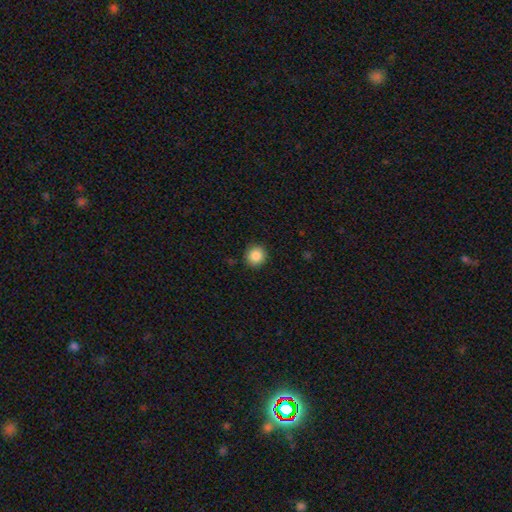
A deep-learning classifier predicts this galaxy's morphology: A smooth galaxy with no disk features (86%) that is round (92%).

Vote fractions:
- Smooth or featured? smooth: 86% / star or artifact: 9% / featured or disk: 5%
- How rounded? round: 92% / in between: 7% / cigar-shaped: 1%
- Merging? none: 91% / minor disturbance: 6% / major disturbance: 2% / merger: 1%